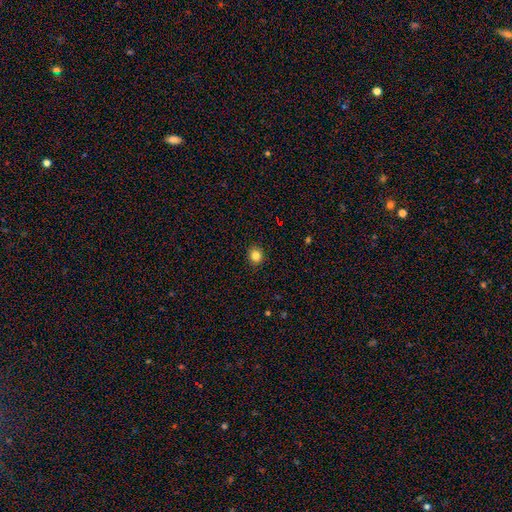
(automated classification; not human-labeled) This appears to be a smooth galaxy with no disk features (83%) that is round (79%). Merging: none (91%).